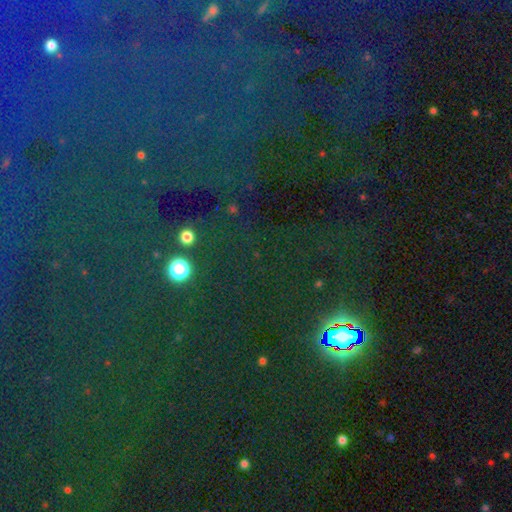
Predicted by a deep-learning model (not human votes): This appears to be a star or artifact, not a galaxy (81%).